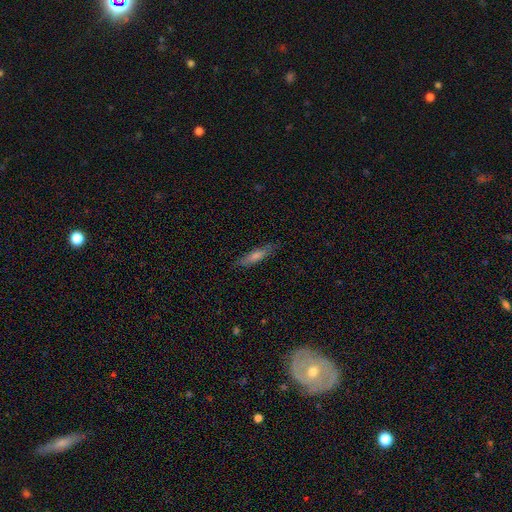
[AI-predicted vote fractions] smooth-or-featured: smooth: 52% | featured or disk: 38% | star or artifact: 10%
  how-rounded: cigar-shaped: 83% | in between: 14% | round: 2%
  merging: none: 84% | minor disturbance: 12% | major disturbance: 3% | merger: 1%